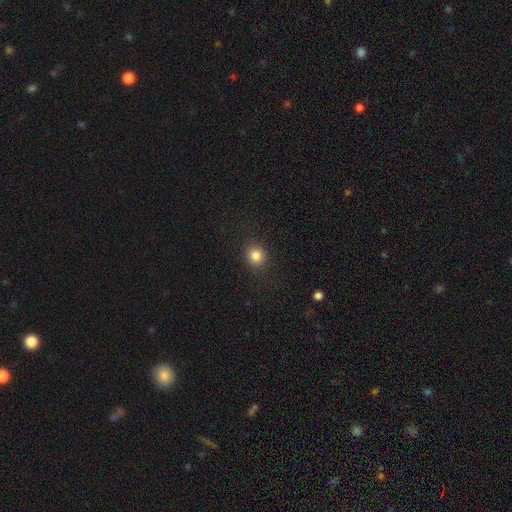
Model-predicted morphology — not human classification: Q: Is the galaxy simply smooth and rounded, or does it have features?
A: smooth — 84%.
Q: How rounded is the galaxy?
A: round — 84%.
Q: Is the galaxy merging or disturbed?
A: none — 89%.